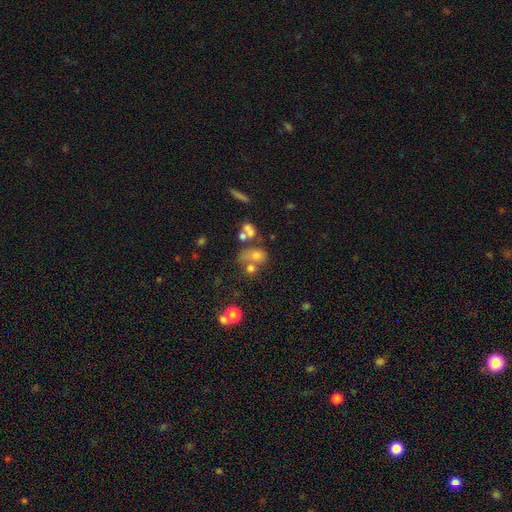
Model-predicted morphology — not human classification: Smooth or featured? smooth (57%)
How rounded? round (53%)
Merging? merger (49%)